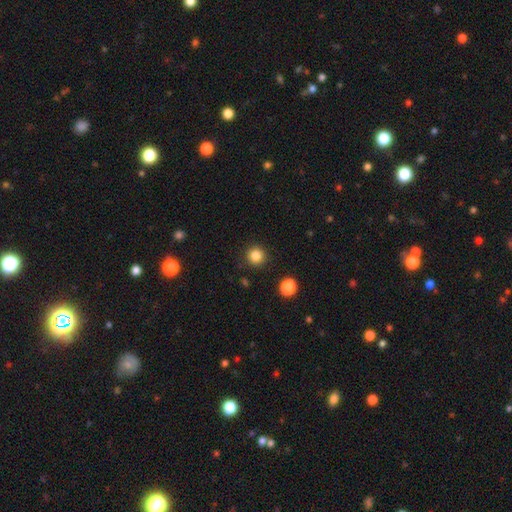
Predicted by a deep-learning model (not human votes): Smooth or featured? Predicted: smooth (p=0.85). How rounded? Predicted: round (p=0.94). Merging? Predicted: none (p=0.91).